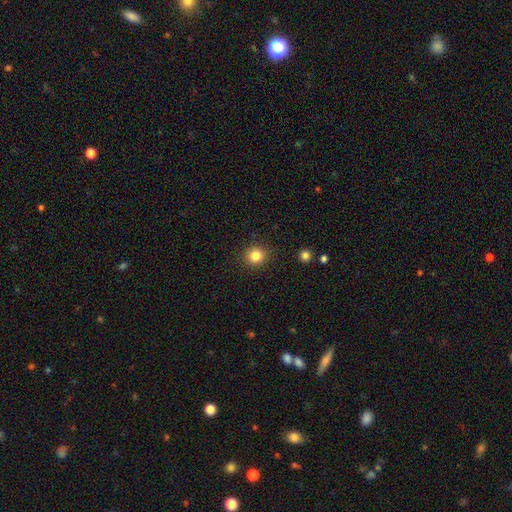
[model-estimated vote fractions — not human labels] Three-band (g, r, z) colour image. It shows a smooth galaxy with no disk features (83%) that is round (88%). Merging: none (90%).